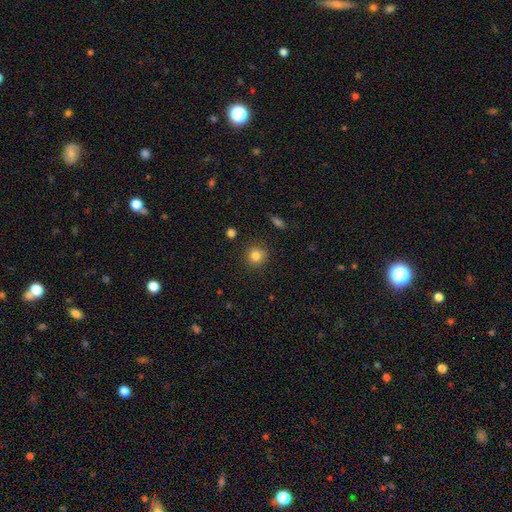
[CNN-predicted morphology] type=smooth (83%); roundness=round (92%); merging=none (90%).